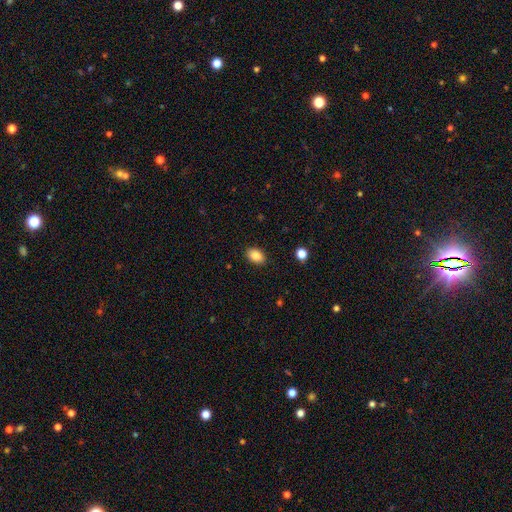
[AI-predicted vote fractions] Smooth or featured: smooth — 88% (star or artifact — 9%)
How rounded: in between — 83% (round — 16%)
Merging: none — 88% (minor disturbance — 9%)